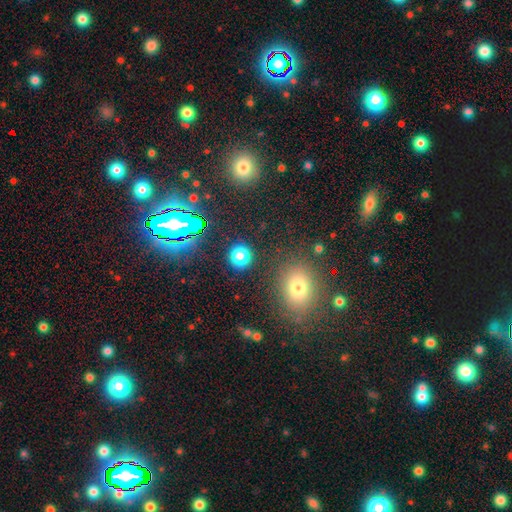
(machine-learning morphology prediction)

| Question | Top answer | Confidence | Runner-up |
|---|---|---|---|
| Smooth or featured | smooth | 49% | star or artifact (39%) |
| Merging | none | 84% | minor disturbance (9%) |